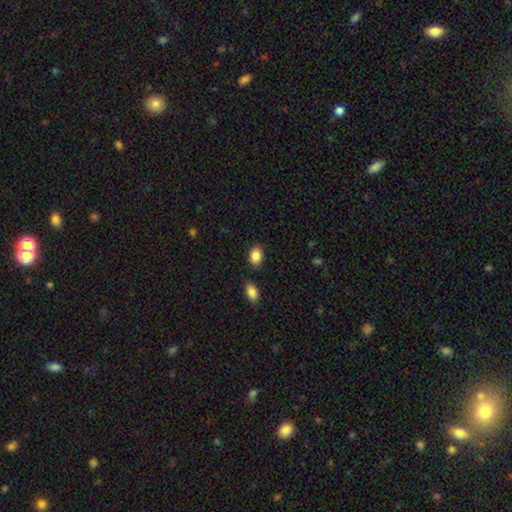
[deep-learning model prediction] This appears to be a smooth galaxy with no disk features (87%) that is in between round and cigar-shaped (76%). Merging: none (82%).